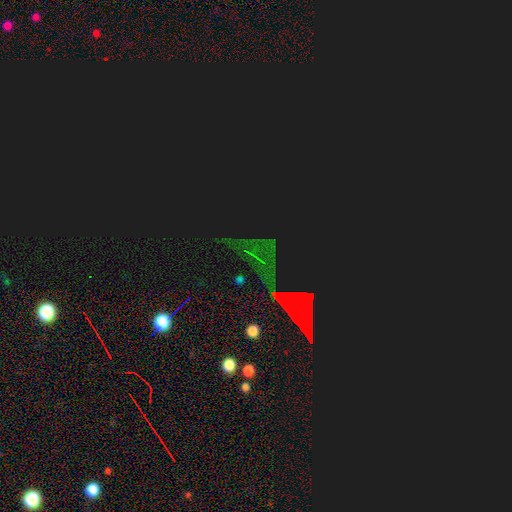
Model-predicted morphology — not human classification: A star or artifact, not a galaxy (80%).